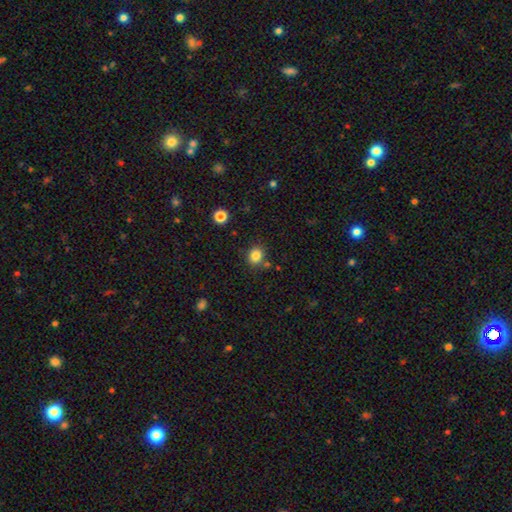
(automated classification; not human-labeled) The model was most divided on "how rounded": round: 69%, in between: 30%, cigar-shaped: 1%. More confident: smooth or featured — smooth (83%); merging — none (80%).